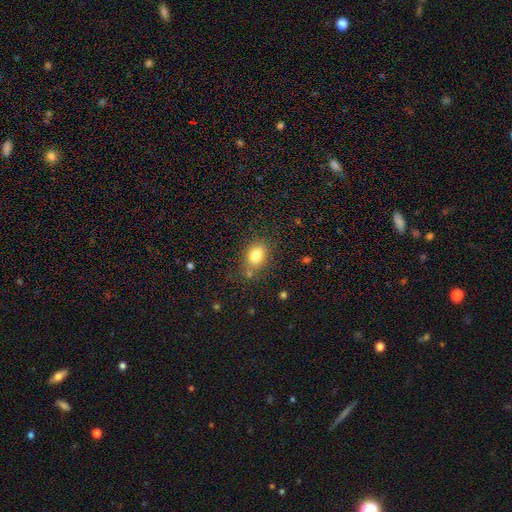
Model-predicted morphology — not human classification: A smooth galaxy with no disk features (82%) that is in between round and cigar-shaped (73%). Merging: none (74%).